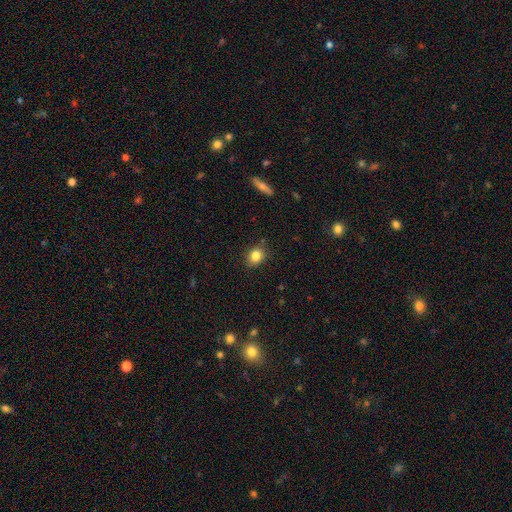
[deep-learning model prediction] This is clearly a smooth galaxy (83%). How rounded: likely round (63%). Merging: clearly none (84%).